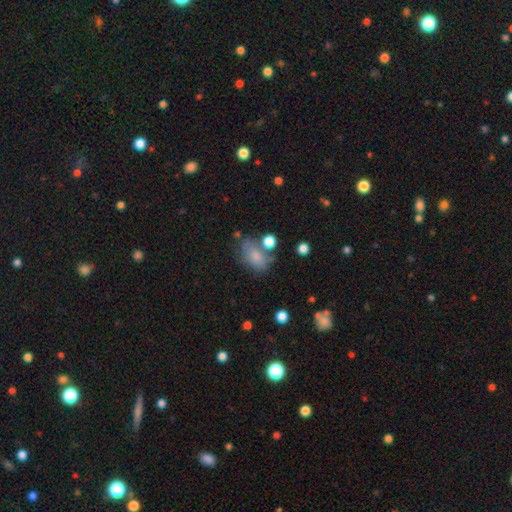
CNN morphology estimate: Smooth or featured? Predicted: smooth (p=0.78). How rounded? Predicted: in between (p=0.84). Merging? Predicted: none (p=0.53).